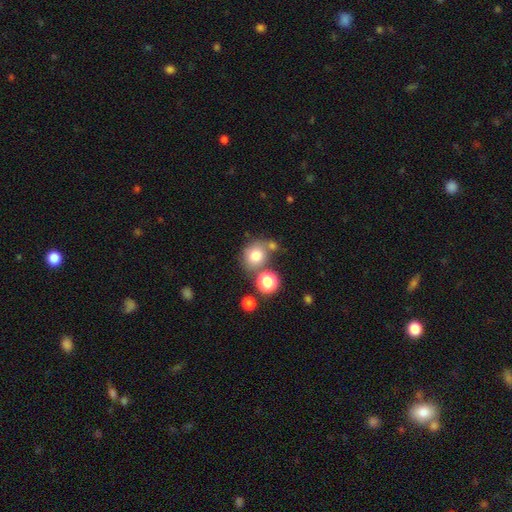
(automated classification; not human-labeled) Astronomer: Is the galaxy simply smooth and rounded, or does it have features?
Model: smooth — 76%.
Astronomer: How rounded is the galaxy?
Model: round — 72%.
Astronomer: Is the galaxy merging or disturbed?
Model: none — 60%.